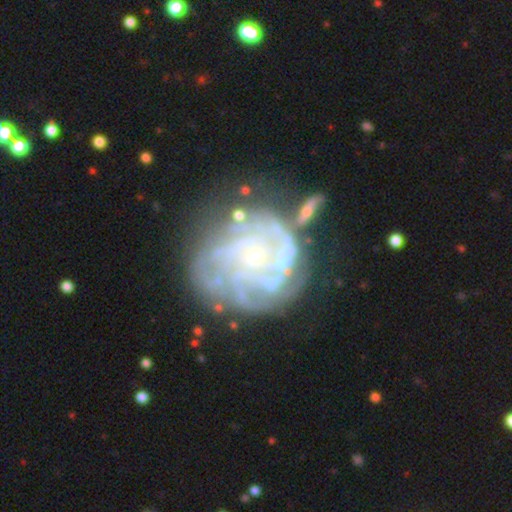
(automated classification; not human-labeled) smooth-or-featured: featured or disk: 83% | smooth: 10% | star or artifact: 7%
  disk-edge-on: no: 98% | yes: 2%
    bar: no: 78% | weak: 17% | strong: 4%
    has-spiral-arms: yes: 87% | no: 13%
      spiral-winding: tight: 69% | medium: 23% | loose: 8%
      spiral-arm-count: can't tell: 37% | 4: 20% | more than 4: 15% | 3: 14% | 2: 9% | 1: 6%
    bulge-size: small: 76% | moderate: 14% | none: 7% | large: 2% | dominant: 1%
  merging: none: 57% | minor disturbance: 20% | major disturbance: 15% | merger: 9%